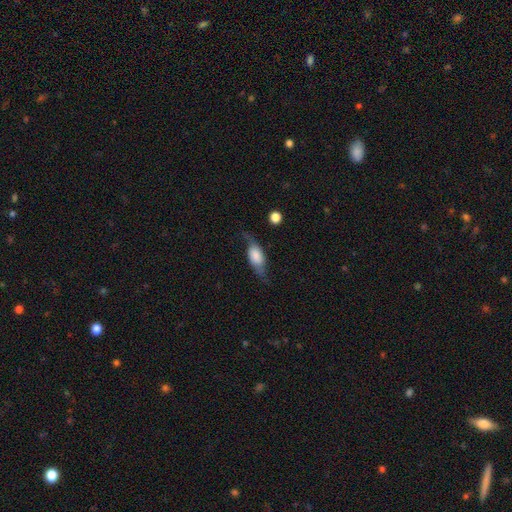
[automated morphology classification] Smooth or featured?
  - smooth: 54% *
  - featured or disk: 38%
  - star or artifact: 8%
How rounded?
  - in between: 77% *
  - cigar-shaped: 16%
  - round: 6%
Merging?
  - none: 55% *
  - minor disturbance: 28%
  - major disturbance: 15%
  - merger: 3%